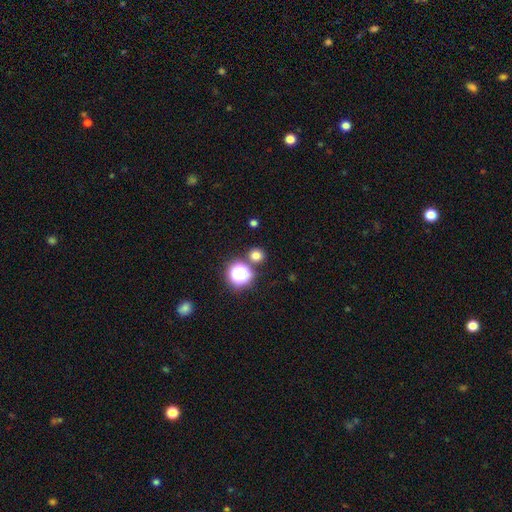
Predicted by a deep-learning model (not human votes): smooth 72%, star or artifact 23%, featured or disk 5%. Down the decision tree: how rounded — round (88%); merging — none (81%).